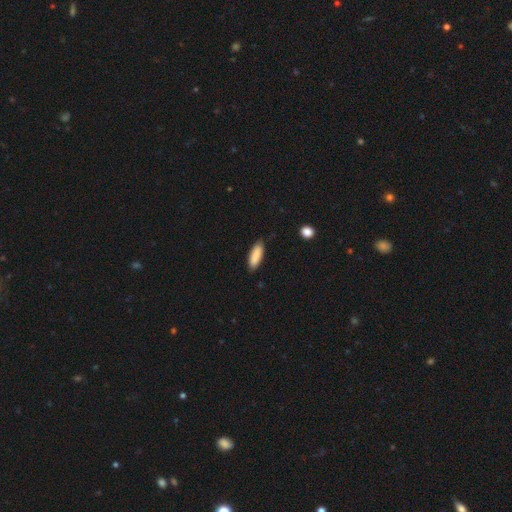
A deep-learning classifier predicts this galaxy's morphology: smooth_or_featured: smooth (p=0.87) [alt: featured or disk p=0.07]
how_rounded: in between (p=0.58) [alt: cigar-shaped p=0.40]
merging: none (p=0.83) [alt: minor disturbance p=0.13]